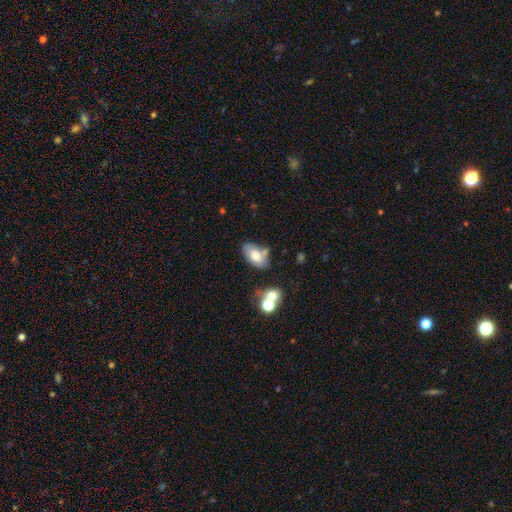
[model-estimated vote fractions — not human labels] This is likely a smooth galaxy (67%). How rounded: clearly in between (93%). Merging: possibly none (55%).